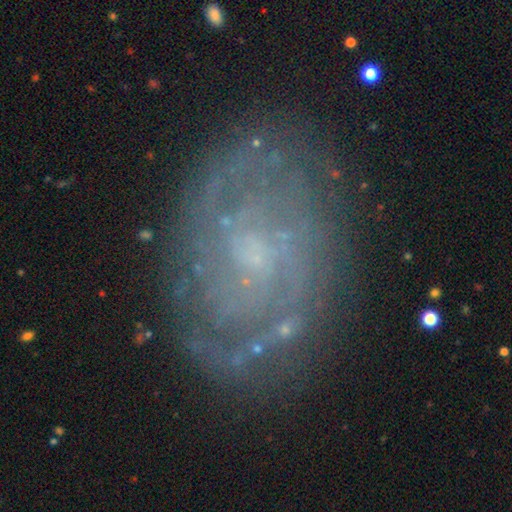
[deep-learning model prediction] This appears to be a featured or disk galaxy (82%) with no bar (56%), 2 (41%) tight (60%) spiral arms (94%) and a small central bulge (65%). Merging: none (80%).